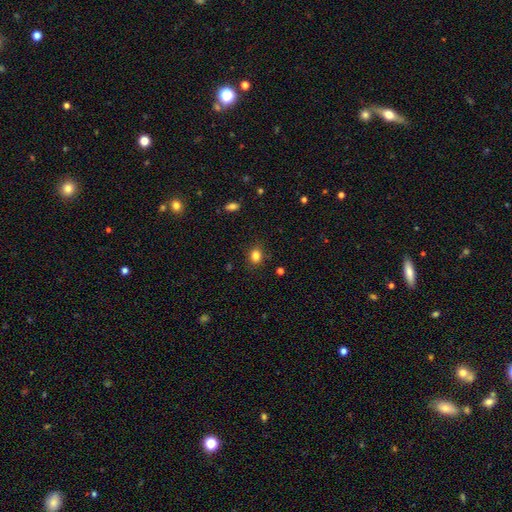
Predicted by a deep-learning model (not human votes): Smooth or featured? smooth (83%)
How rounded? round (53%)
Merging? none (86%)